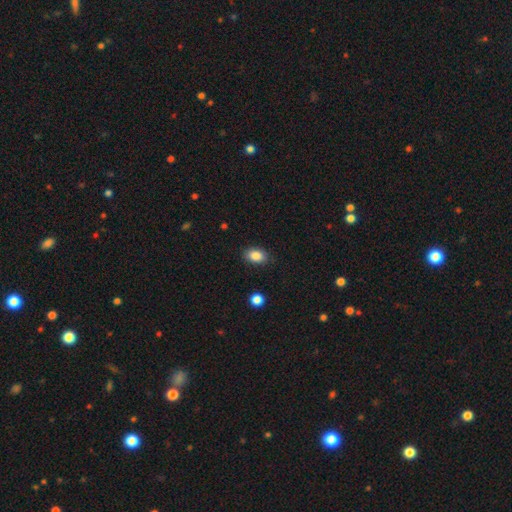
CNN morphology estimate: Smooth or featured?
  - smooth: 87% *
  - star or artifact: 8%
  - featured or disk: 5%
How rounded?
  - in between: 84% *
  - round: 15%
  - cigar-shaped: 1%
Merging?
  - none: 86% *
  - minor disturbance: 10%
  - major disturbance: 2%
  - merger: 1%